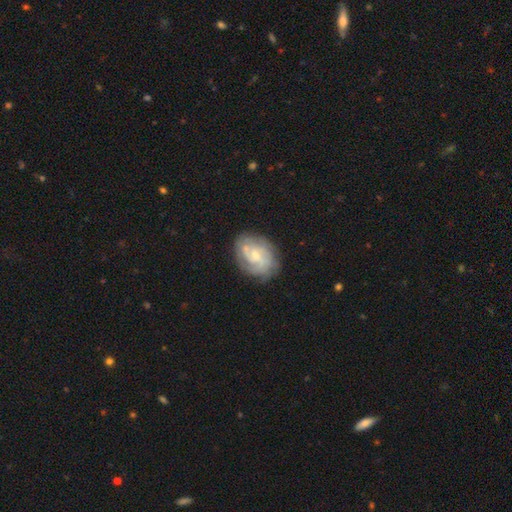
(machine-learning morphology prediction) A featured or disk galaxy (74%) with no bar (59%), tight (56%) spiral arms (89%) and a small central bulge (57%).

Vote fractions:
- Smooth or featured? featured or disk: 74% / smooth: 20% / star or artifact: 6%
- Edge-on disk? no: 97% / yes: 3%
- Bar? no: 59% / weak: 36% / strong: 5%
- Spiral arms? yes: 89% / no: 11%
- Spiral winding? tight: 56% / medium: 34% / loose: 10%
- Spiral arm count? can't tell: 38% / 2: 29% / 3: 18% / 4: 7% / 1: 5% / more than 4: 4%
- Bulge size? small: 57% / moderate: 36% / none: 4% / large: 2% / dominant: 1%
- Merging? none: 74% / minor disturbance: 18% / major disturbance: 6% / merger: 2%